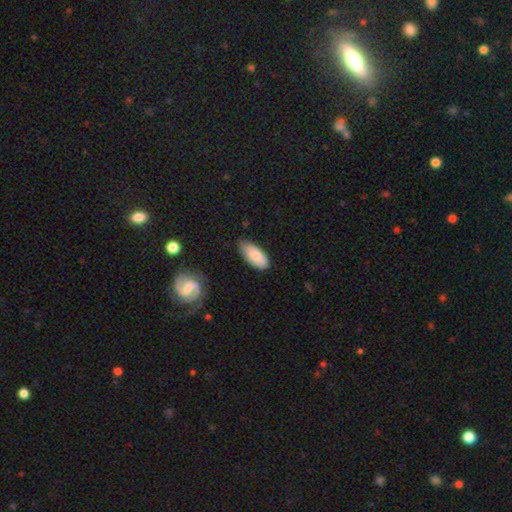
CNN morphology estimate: Smooth or featured? Predicted: smooth (p=0.80). How rounded? Predicted: in between (p=0.88). Merging? Predicted: none (p=0.67).